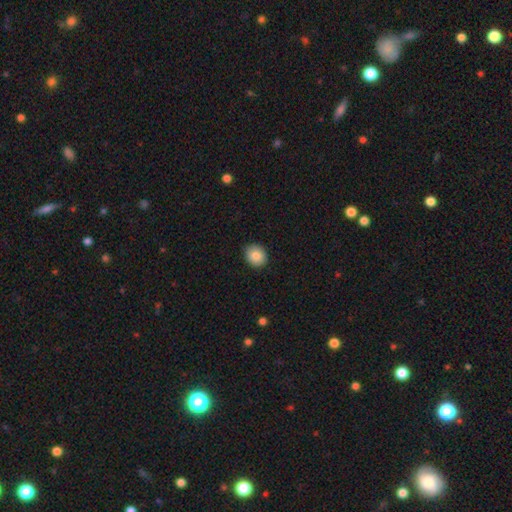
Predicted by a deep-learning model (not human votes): smooth_or_featured: smooth (p=0.85) [alt: star or artifact p=0.08]
how_rounded: round (p=0.70) [alt: in between p=0.29]
merging: none (p=0.90) [alt: minor disturbance p=0.07]